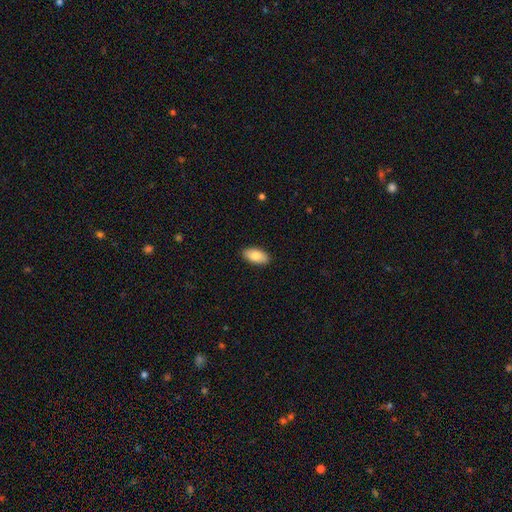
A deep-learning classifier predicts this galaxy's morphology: Smooth or featured? smooth (83%)
How rounded? in between (93%)
Merging? none (89%)